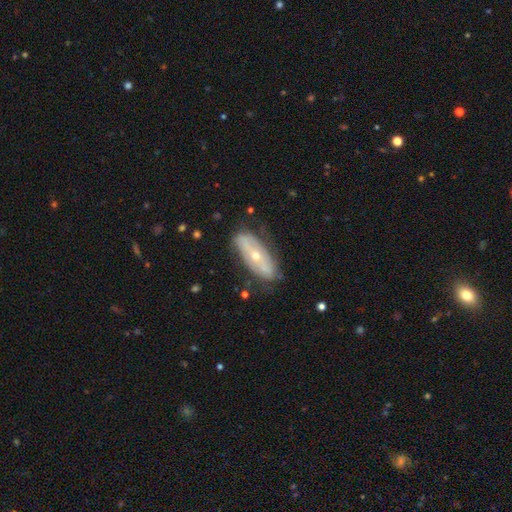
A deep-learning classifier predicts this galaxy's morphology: Q: Smooth or featured?
A: featured or disk (60%); runner-up: smooth (33%)
Q: Edge-on disk?
A: no (75%); runner-up: yes (25%)
Q: Merging?
A: none (74%); runner-up: minor disturbance (19%)